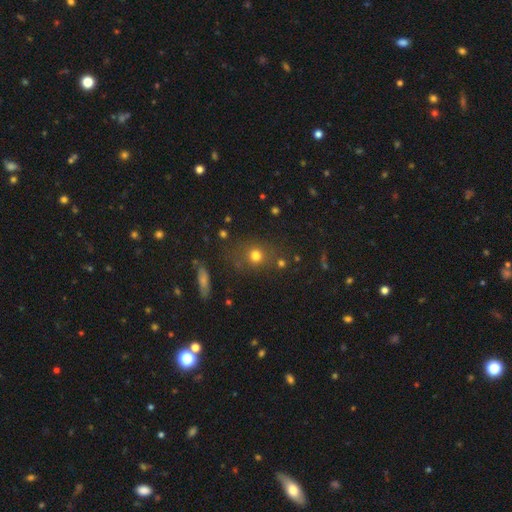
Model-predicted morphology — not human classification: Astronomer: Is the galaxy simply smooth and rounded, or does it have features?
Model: smooth — 72%.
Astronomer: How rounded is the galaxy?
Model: round — 80%.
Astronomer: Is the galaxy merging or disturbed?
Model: none — 75%.